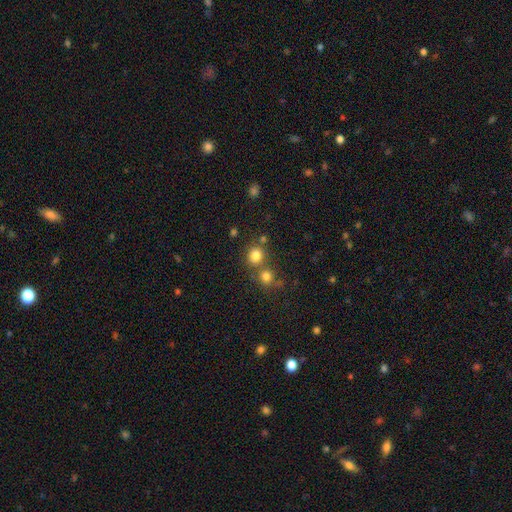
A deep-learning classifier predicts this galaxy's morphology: Smooth or featured? smooth (80%)
How rounded? round (83%)
Merging? none (63%)